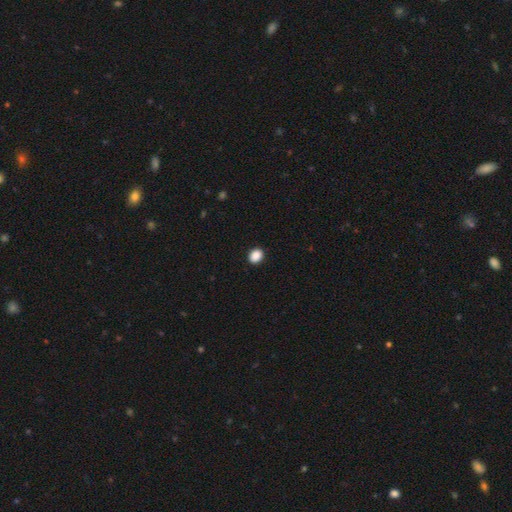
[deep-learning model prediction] Smooth or featured: smooth — 89% (star or artifact — 9%)
How rounded: round — 50% (in between — 49%)
Merging: none — 91% (minor disturbance — 6%)